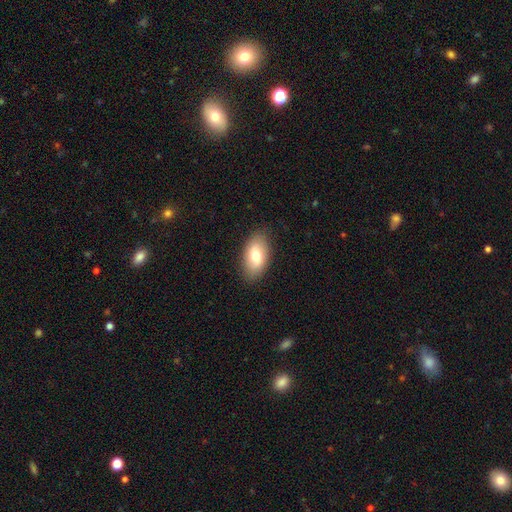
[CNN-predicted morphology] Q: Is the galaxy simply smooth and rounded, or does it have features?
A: smooth — 75%.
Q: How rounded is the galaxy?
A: in between — 93%.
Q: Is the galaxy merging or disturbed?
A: none — 86%.